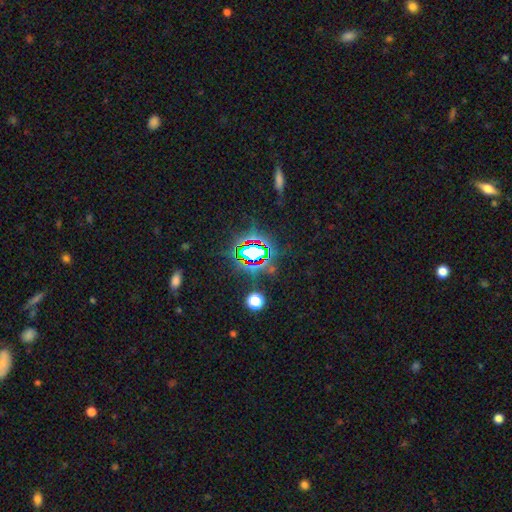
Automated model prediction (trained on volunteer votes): Smooth or featured? Predicted: star or artifact (p=0.72).